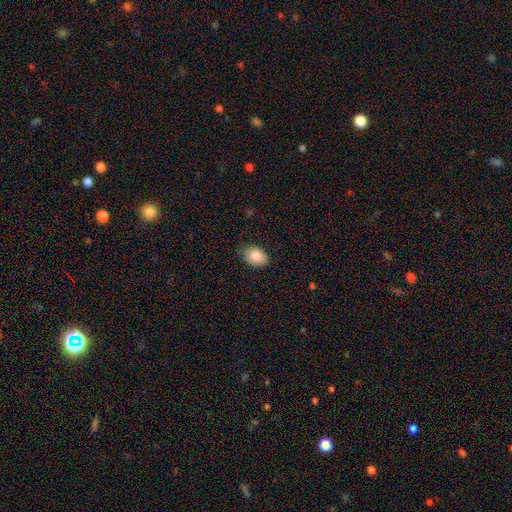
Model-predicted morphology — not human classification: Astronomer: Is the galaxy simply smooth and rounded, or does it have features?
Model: smooth — 86%.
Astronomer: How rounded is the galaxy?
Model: in between — 83%.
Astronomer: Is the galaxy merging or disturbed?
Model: none — 72%.